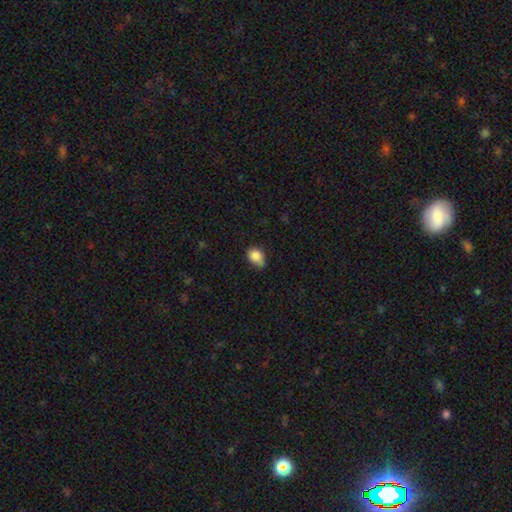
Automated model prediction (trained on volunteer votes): The model was most divided on "merging": none: 44%, minor disturbance: 43%, major disturbance: 10%, merger: 3%. More confident: smooth or featured — smooth (83%); how rounded — in between (61%).